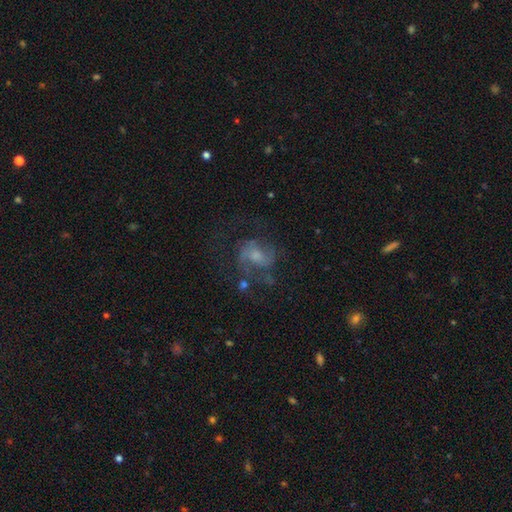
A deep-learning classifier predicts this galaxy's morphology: Smooth or featured?
  - featured or disk: 72% *
  - smooth: 18%
  - star or artifact: 11%
Edge-on disk?
  - no: 98% *
  - yes: 2%
Bar?
  - no: 57% *
  - weak: 36%
  - strong: 7%
Spiral arms?
  - yes: 86% *
  - no: 14%
Spiral winding?
  - medium: 52% *
  - loose: 26%
  - tight: 22%
Spiral arm count?
  - 2: 59% *
  - can't tell: 18%
  - 3: 11%
  - 1: 6%
  - 4: 3%
  - more than 4: 3%
Bulge size?
  - moderate: 42% *
  - small: 37%
  - none: 11%
  - large: 8%
  - dominant: 2%
Merging?
  - none: 54% *
  - major disturbance: 24%
  - minor disturbance: 18%
  - merger: 4%